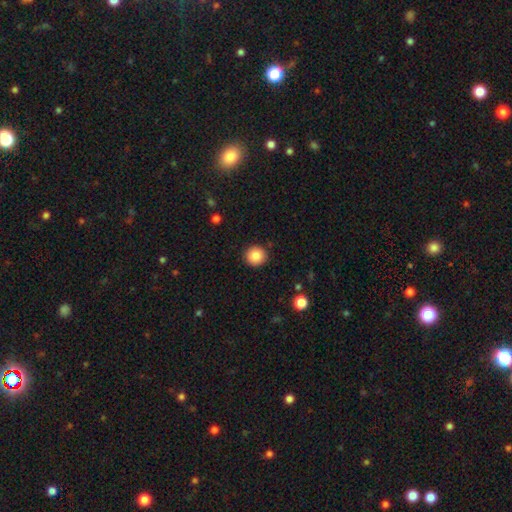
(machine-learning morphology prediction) type=smooth (85%); roundness=round (93%); merging=none (92%).